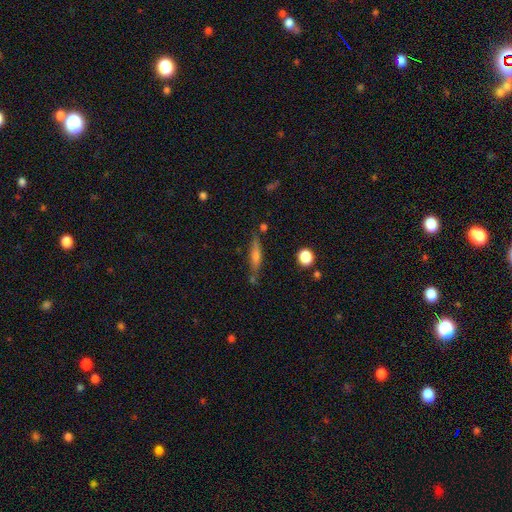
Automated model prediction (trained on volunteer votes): Overall: smooth (51%; featured or disk 39%). How rounded: cigar-shaped (81%). Merging: none (73%).